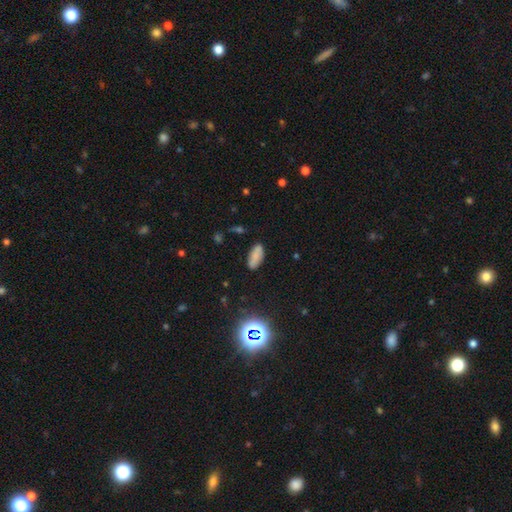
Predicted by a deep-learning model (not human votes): smooth_or_featured: smooth (p=0.80) [alt: star or artifact p=0.10]
how_rounded: in between (p=0.84) [alt: cigar-shaped p=0.14]
merging: none (p=0.82) [alt: minor disturbance p=0.13]